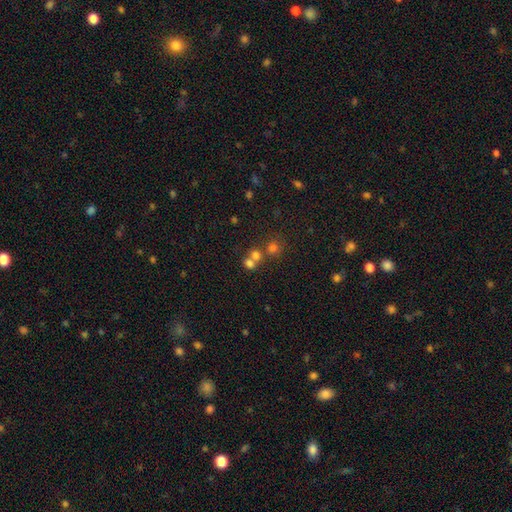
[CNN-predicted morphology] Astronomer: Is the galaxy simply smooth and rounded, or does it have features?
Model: smooth — 69%.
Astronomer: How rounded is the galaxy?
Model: round — 79%.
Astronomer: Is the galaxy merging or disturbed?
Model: merger — 49% (runner-up: none, 42%).